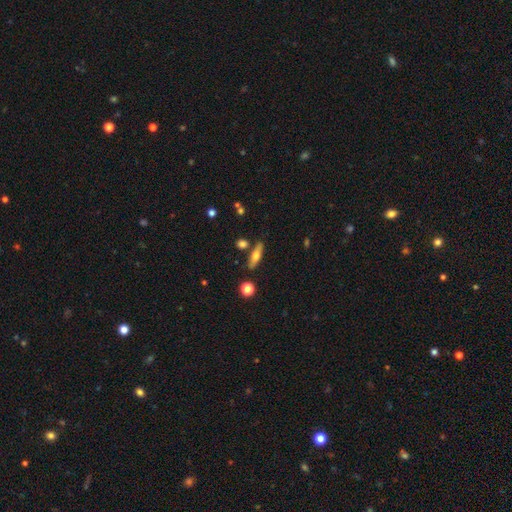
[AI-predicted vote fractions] This is possibly a smooth galaxy (55%). How rounded: possibly cigar-shaped (57%). Merging: clearly none (80%).